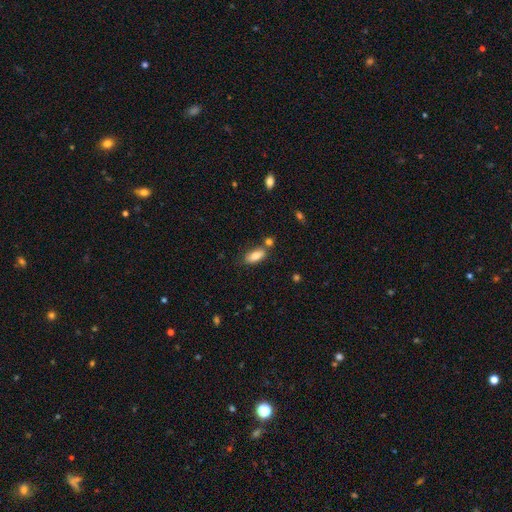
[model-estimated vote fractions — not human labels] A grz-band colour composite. It shows a smooth galaxy with no disk features (84%) that is in between round and cigar-shaped (84%). Merging: none (67%).